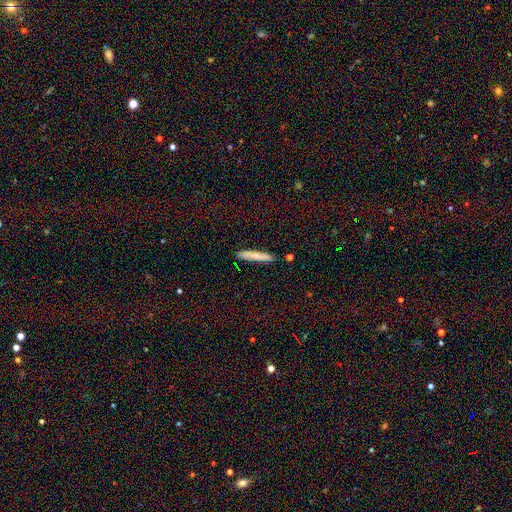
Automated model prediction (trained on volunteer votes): smooth 71%, featured or disk 22%, star or artifact 8%. Down the decision tree: how rounded — cigar-shaped (94%); merging — none (90%).